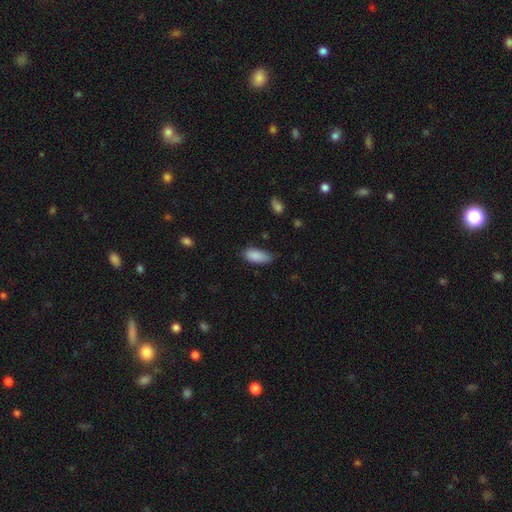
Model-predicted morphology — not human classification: Overall: smooth (88%). How rounded: in between (87%). Merging: none (63%; minor disturbance 30%).